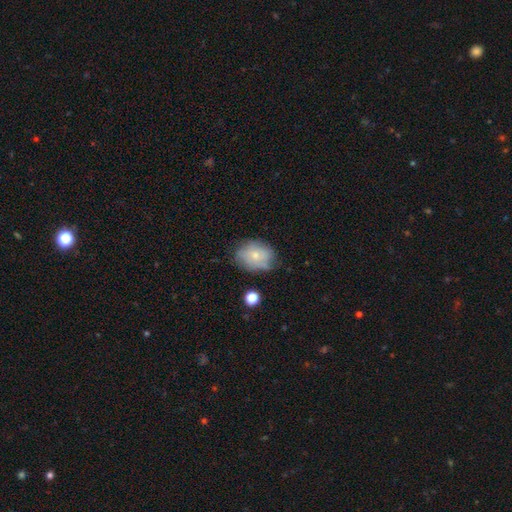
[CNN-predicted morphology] Smooth or featured? smooth (64%)
How rounded? in between (61%)
Merging? none (64%)